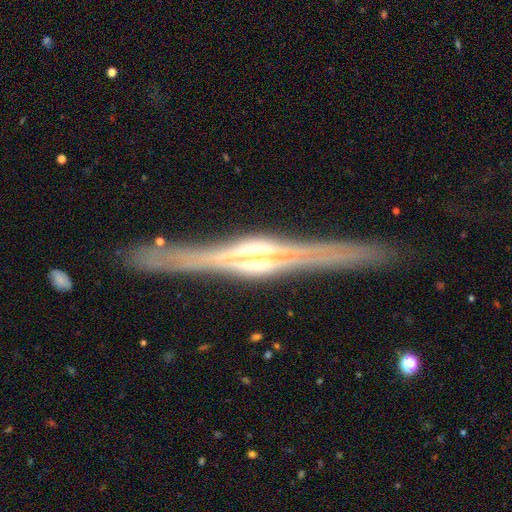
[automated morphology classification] Smooth or featured?
  - featured or disk: 90% *
  - smooth: 5%
  - star or artifact: 5%
Edge-on disk?
  - yes: 98% *
  - no: 2%
Edge-on bulge?
  - rounded: 77% *
  - boxy: 16%
  - none: 7%
Merging?
  - none: 89% *
  - minor disturbance: 8%
  - major disturbance: 2%
  - merger: 1%